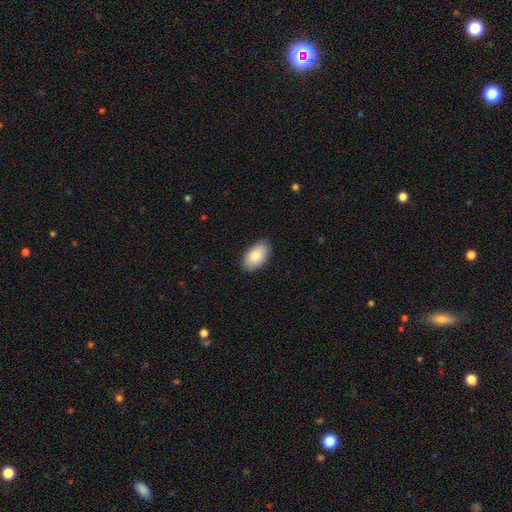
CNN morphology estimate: type=smooth (86%); roundness=in between (95%); merging=none (87%).